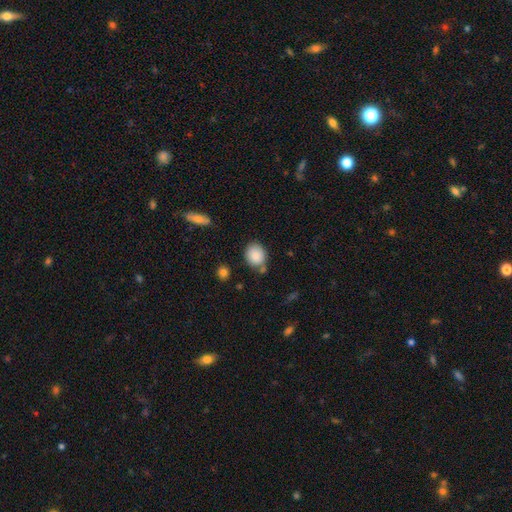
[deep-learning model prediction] smooth_or_featured: smooth (p=0.86) [alt: star or artifact p=0.08]
how_rounded: round (p=0.62) [alt: in between p=0.37]
merging: none (p=0.71) [alt: minor disturbance p=0.16]